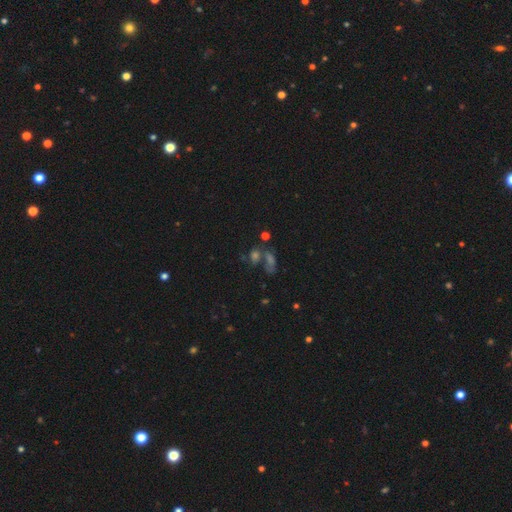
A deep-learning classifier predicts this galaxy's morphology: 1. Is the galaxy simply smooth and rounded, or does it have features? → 41% smooth, 35% star or artifact, 24% featured or disk.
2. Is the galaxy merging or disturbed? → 39% merger, 38% none, 11% minor disturbance, 11% major disturbance.